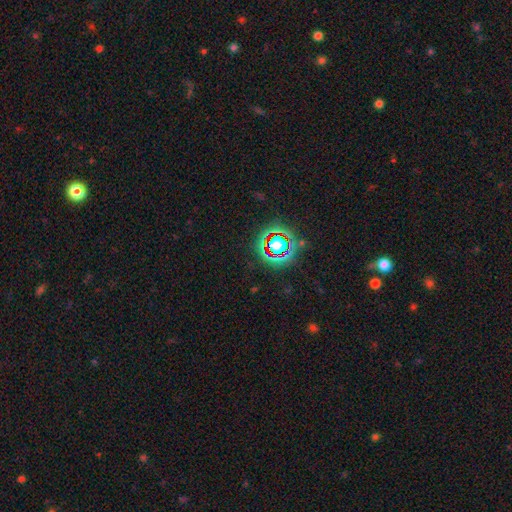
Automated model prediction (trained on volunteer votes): A star or artifact, not a galaxy (78%).